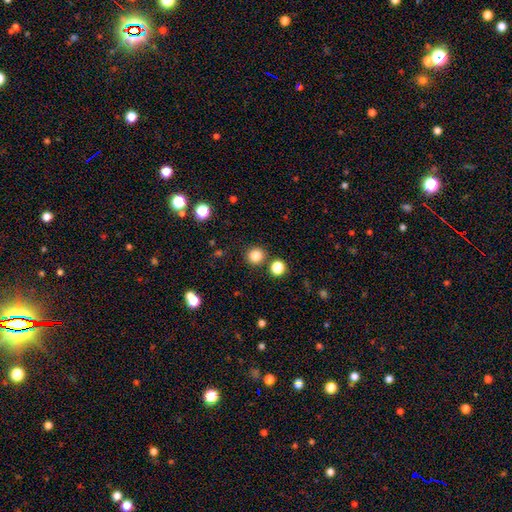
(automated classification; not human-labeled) smooth 83%, star or artifact 13%, featured or disk 4%. Down the decision tree: how rounded — round (93%); merging — none (87%).